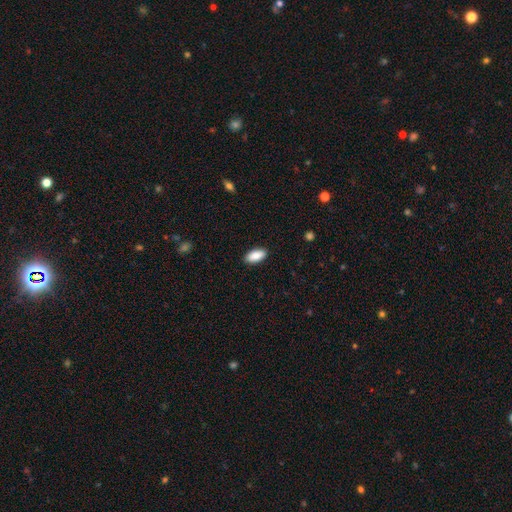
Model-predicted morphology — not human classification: Smooth or featured?
  - smooth: 89% *
  - star or artifact: 6%
  - featured or disk: 5%
How rounded?
  - in between: 91% *
  - cigar-shaped: 7%
  - round: 2%
Merging?
  - none: 90% *
  - minor disturbance: 8%
  - major disturbance: 2%
  - merger: 1%